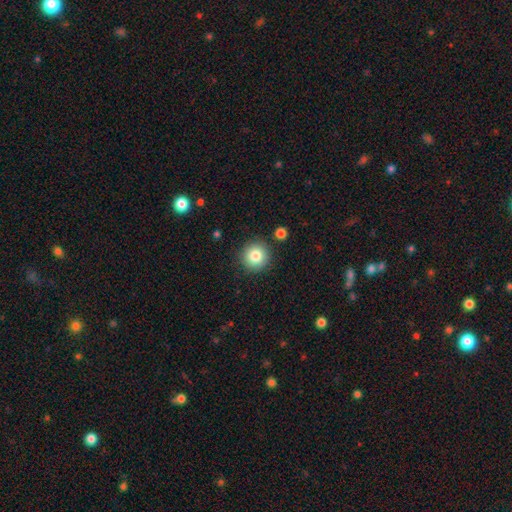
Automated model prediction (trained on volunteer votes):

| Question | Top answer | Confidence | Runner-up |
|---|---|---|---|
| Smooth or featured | smooth | 83% | star or artifact (10%) |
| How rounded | round | 95% | in between (5%) |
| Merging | none | 88% | minor disturbance (7%) |